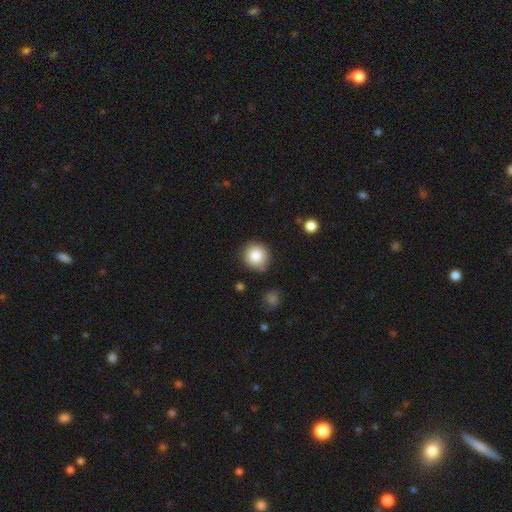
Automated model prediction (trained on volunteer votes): Q: Smooth or featured?
A: smooth (85%); runner-up: star or artifact (9%)
Q: How rounded?
A: round (90%); runner-up: in between (9%)
Q: Merging?
A: none (85%); runner-up: minor disturbance (10%)